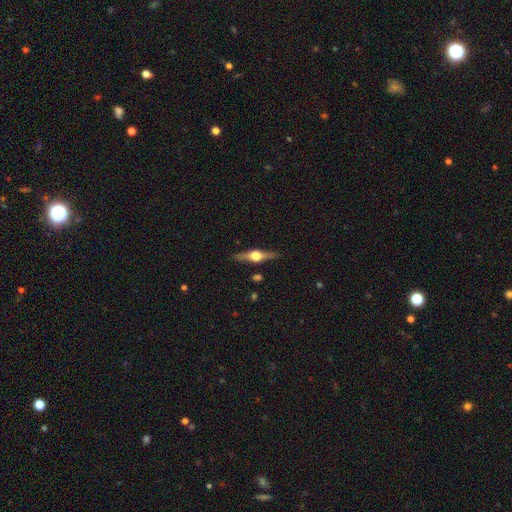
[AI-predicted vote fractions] This appears to be a featured or disk galaxy (77%) viewed edge-on (97%) with a rounded central bulge (95%). Merging: none (89%).